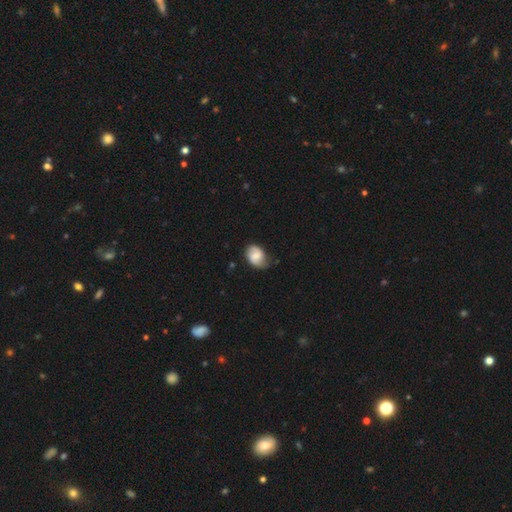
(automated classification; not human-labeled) Smooth or featured?
  - smooth: 50% *
  - featured or disk: 43%
  - star or artifact: 7%
Merging?
  - none: 64% *
  - minor disturbance: 28%
  - major disturbance: 6%
  - merger: 2%